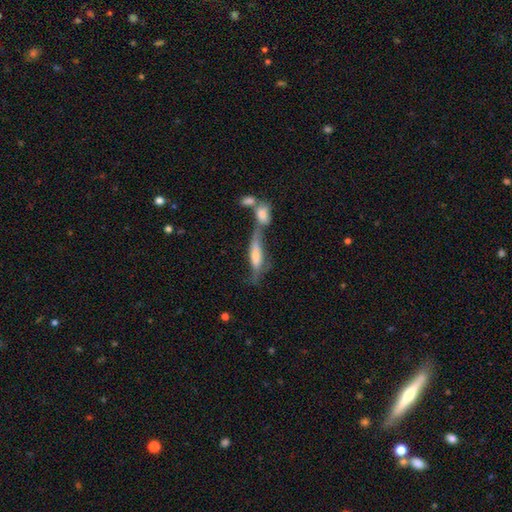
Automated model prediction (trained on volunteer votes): Smooth or featured? Predicted: featured or disk (p=0.60). Edge-on disk? Predicted: yes (p=0.65). Merging? Predicted: merger (p=0.46).